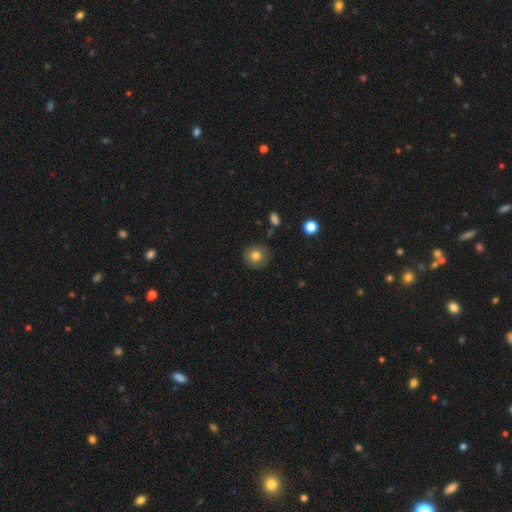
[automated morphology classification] Overall: smooth (79%). How rounded: round (92%). Merging: none (87%).